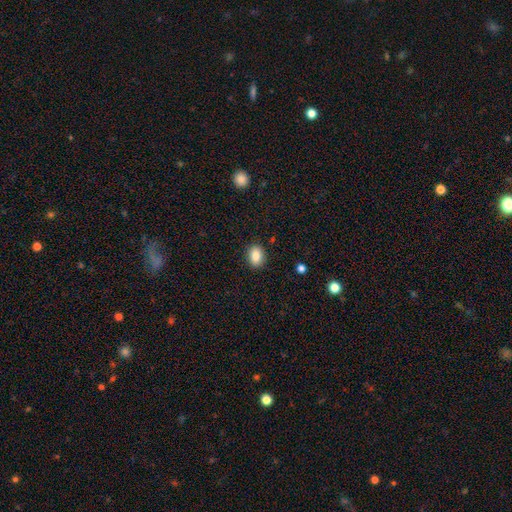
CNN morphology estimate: This appears to be a smooth galaxy with no disk features (86%) that is in between round and cigar-shaped (73%). Merging: none (89%).